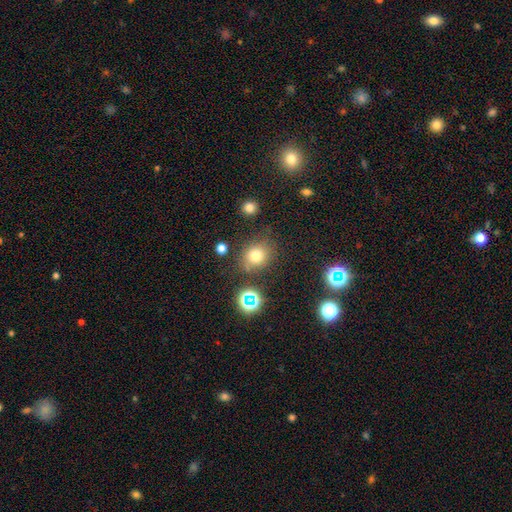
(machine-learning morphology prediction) Smooth or featured? smooth (73%)
How rounded? round (70%)
Merging? none (74%)